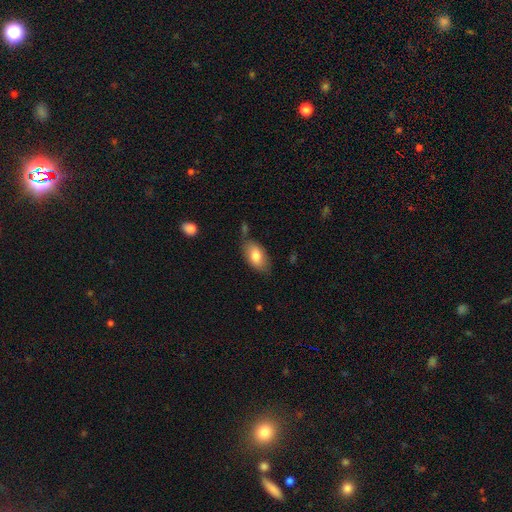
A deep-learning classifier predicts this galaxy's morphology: smooth_or_featured: smooth (p=0.78) [alt: featured or disk p=0.16]
how_rounded: in between (p=0.93) [alt: round p=0.04]
merging: none (p=0.72) [alt: minor disturbance p=0.18]